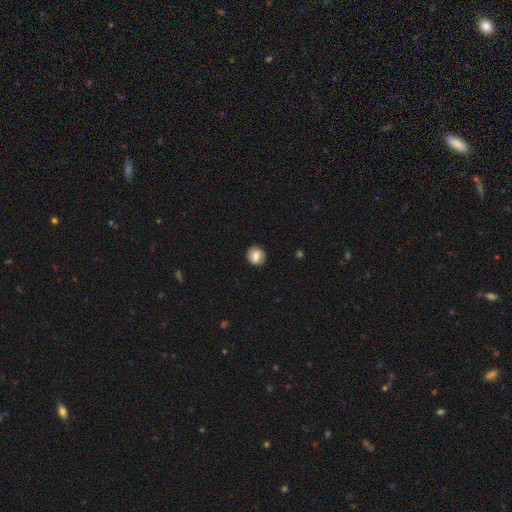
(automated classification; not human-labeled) The model was most divided on "smooth or featured": smooth: 68%, featured or disk: 24%, star or artifact: 9%. More confident: merging — none (86%); how rounded — round (80%).